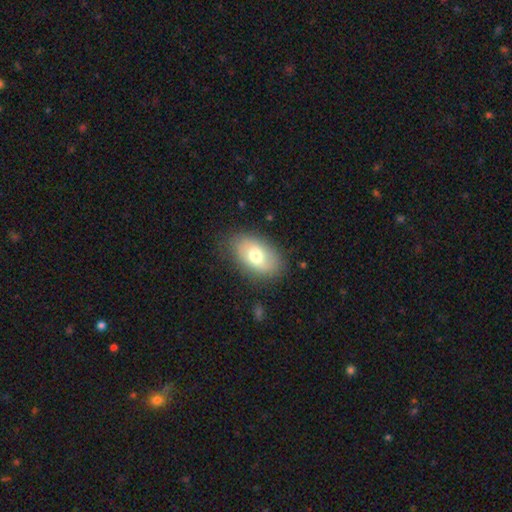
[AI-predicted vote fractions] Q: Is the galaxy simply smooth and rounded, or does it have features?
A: smooth — 69%.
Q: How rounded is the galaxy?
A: in between — 90%.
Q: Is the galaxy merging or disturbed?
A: none — 79%.